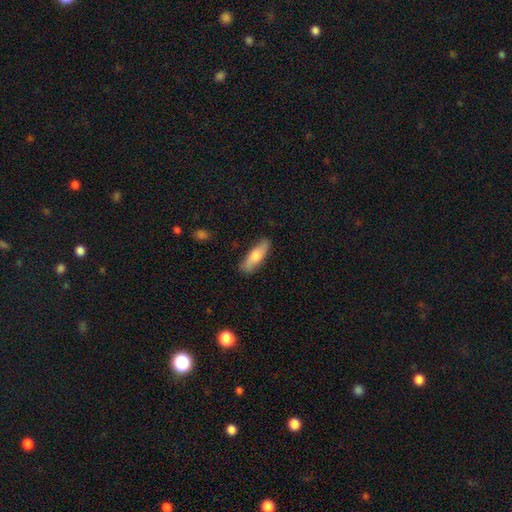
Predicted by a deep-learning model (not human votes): This is likely a smooth galaxy (66%). How rounded: possibly cigar-shaped (54%). Merging: clearly none (82%).